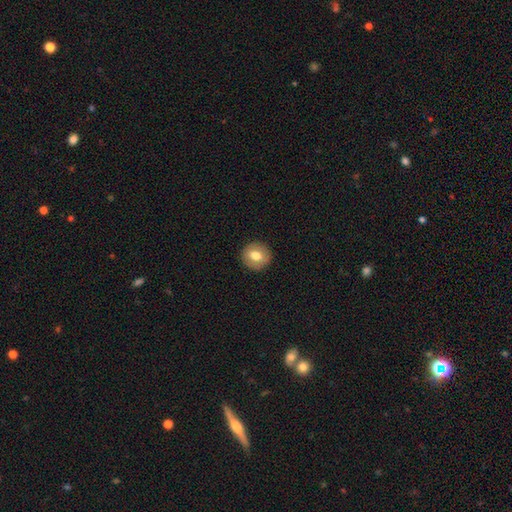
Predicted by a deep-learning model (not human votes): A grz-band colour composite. It shows a smooth galaxy with no disk features (70%) that is round (85%). Merging: none (91%).